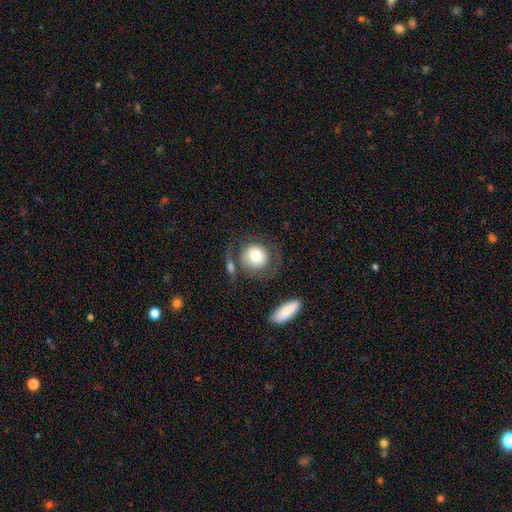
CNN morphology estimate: Smooth or featured? Predicted: smooth (p=0.68). How rounded? Predicted: round (p=0.85). Merging? Predicted: none (p=0.58).